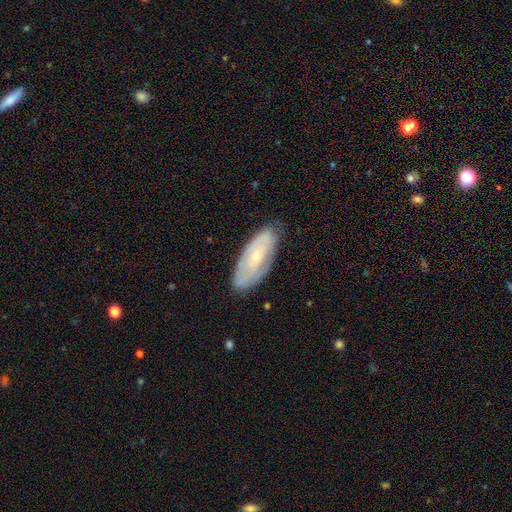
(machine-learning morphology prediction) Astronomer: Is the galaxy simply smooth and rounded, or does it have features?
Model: featured or disk — 58% (runner-up: smooth, 35%).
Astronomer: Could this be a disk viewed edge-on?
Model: no — 85%.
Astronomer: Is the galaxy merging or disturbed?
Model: none — 79%.